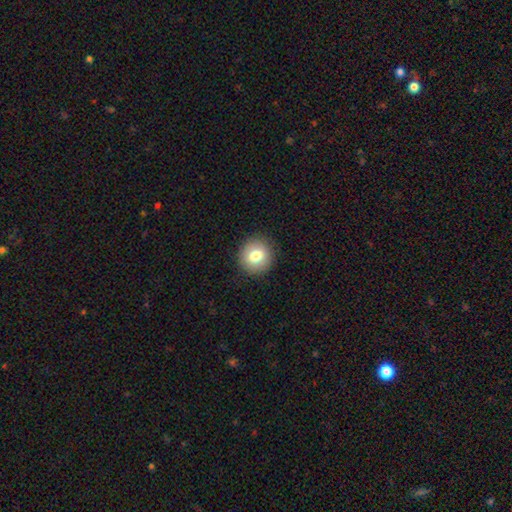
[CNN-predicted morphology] Smooth or featured?
  - smooth: 79% *
  - featured or disk: 12%
  - star or artifact: 9%
How rounded?
  - round: 89% *
  - in between: 10%
  - cigar-shaped: 1%
Merging?
  - none: 90% *
  - minor disturbance: 6%
  - major disturbance: 2%
  - merger: 1%